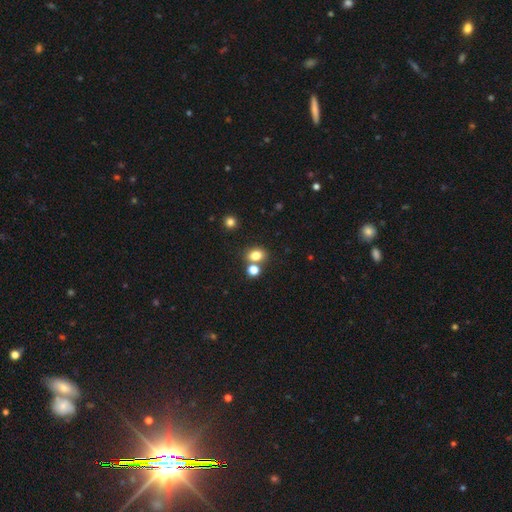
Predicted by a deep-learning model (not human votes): The model was most divided on "how rounded": in between: 55%, round: 44%, cigar-shaped: 1%. More confident: smooth or featured — smooth (79%); merging — none (63%).